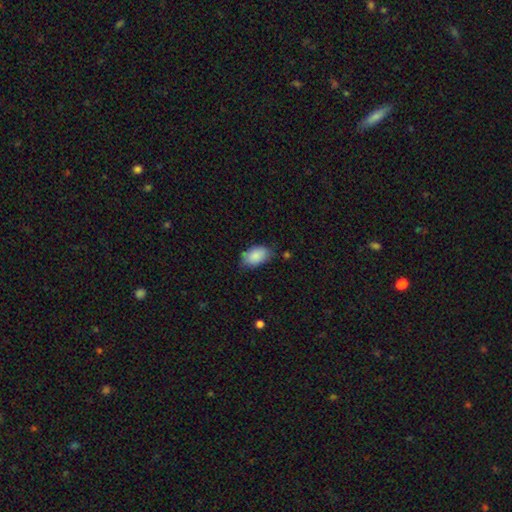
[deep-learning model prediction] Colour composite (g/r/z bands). It shows a smooth galaxy with no disk features (87%) that is in between round and cigar-shaped (92%). Merging: none (70%).